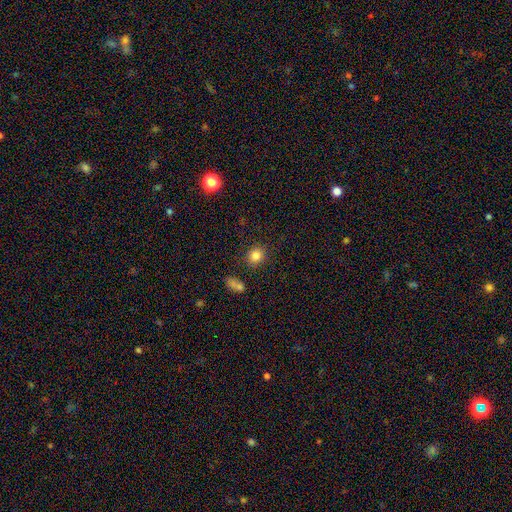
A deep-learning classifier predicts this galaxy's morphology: Smooth or featured: smooth — 83% (star or artifact — 11%)
How rounded: round — 79% (in between — 20%)
Merging: none — 84% (minor disturbance — 9%)